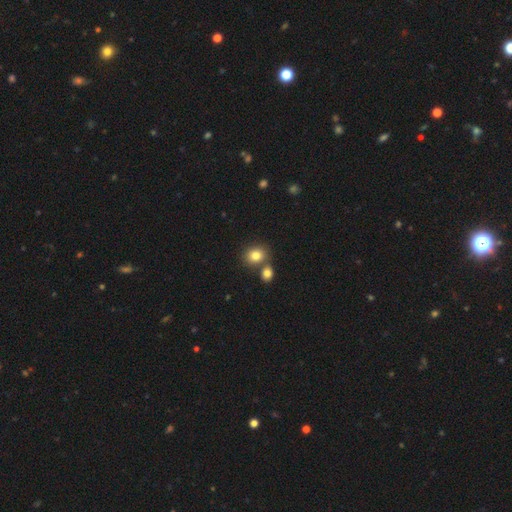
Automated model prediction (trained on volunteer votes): Smooth or featured? Predicted: smooth (p=0.81). How rounded? Predicted: round (p=0.65). Merging? Predicted: none (p=0.61).